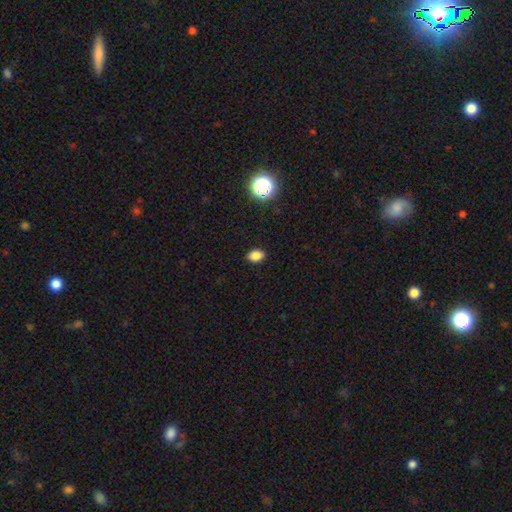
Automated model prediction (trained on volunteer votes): A smooth galaxy with no disk features (83%) that is in between round and cigar-shaped (76%). Merging: none (89%).